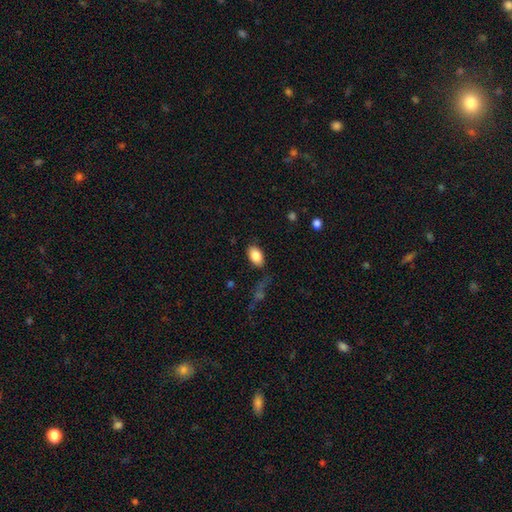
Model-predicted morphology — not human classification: Smooth or featured: smooth — 85% (featured or disk — 8%)
How rounded: in between — 92% (round — 6%)
Merging: none — 80% (minor disturbance — 14%)